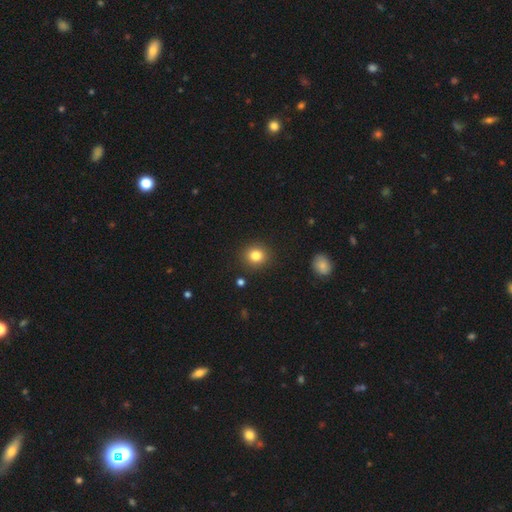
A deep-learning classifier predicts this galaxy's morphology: The model was most divided on "how rounded": round: 85%, in between: 14%, cigar-shaped: 1%. More confident: merging — none (90%); smooth or featured — smooth (83%).